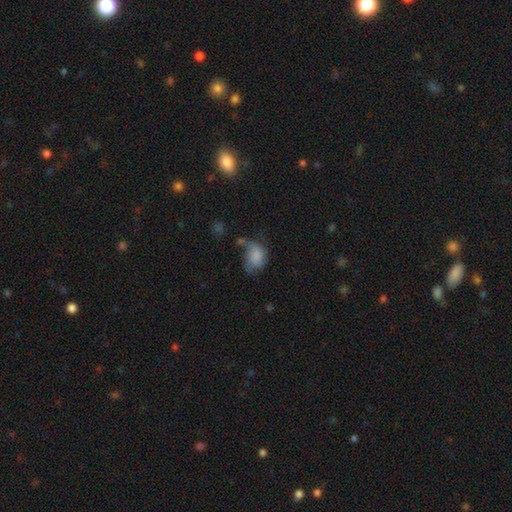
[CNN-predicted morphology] Smooth or featured? Predicted: smooth (p=0.69). How rounded? Predicted: in between (p=0.73). Merging? Predicted: major disturbance (p=0.35).